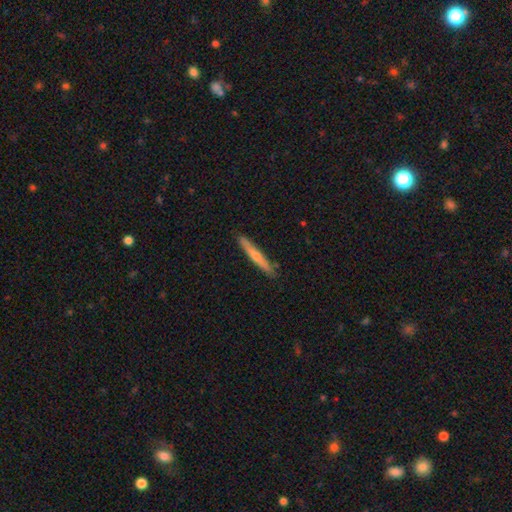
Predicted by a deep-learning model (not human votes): Q: Smooth or featured?
A: smooth (52%); runner-up: featured or disk (43%)
Q: How rounded?
A: cigar-shaped (96%); runner-up: in between (3%)
Q: Merging?
A: none (89%); runner-up: minor disturbance (8%)